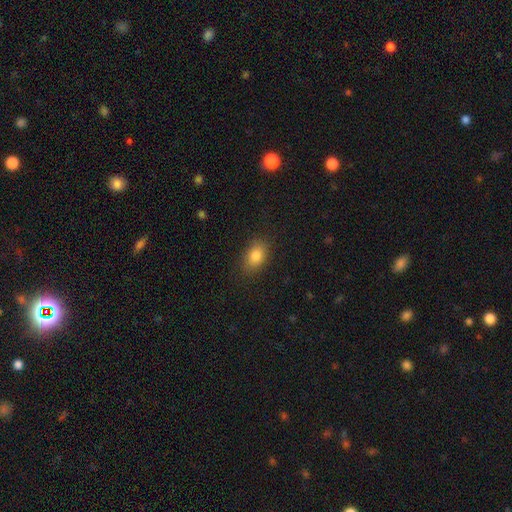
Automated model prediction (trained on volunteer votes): This appears to be a smooth galaxy with no disk features (83%) that is in between round and cigar-shaped (82%). Merging: none (84%).